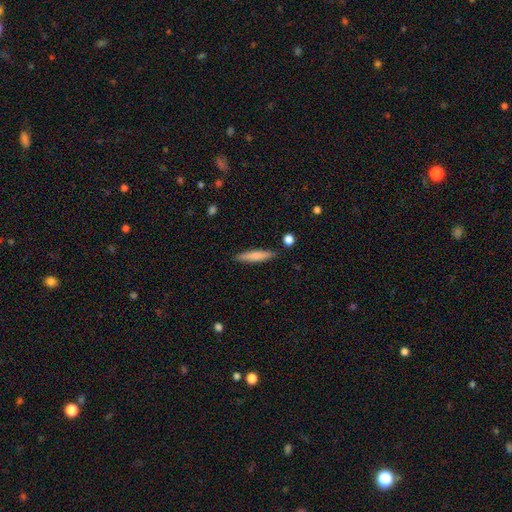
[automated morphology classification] Smooth or featured: smooth — 76% (featured or disk — 18%)
How rounded: cigar-shaped — 88% (in between — 11%)
Merging: none — 88% (minor disturbance — 8%)